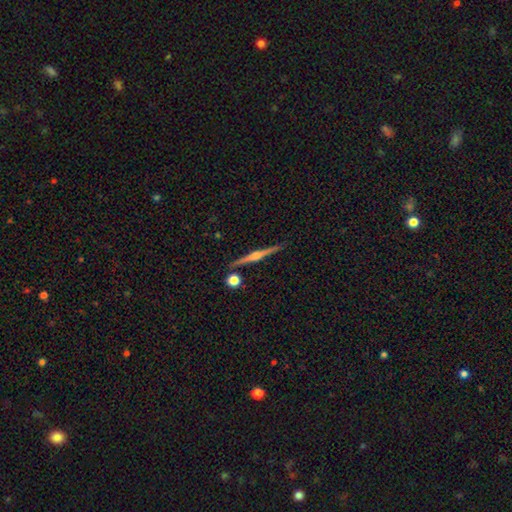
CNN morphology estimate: A featured or disk galaxy (84%) viewed edge-on (98%) with a rounded central bulge (93%). Merging: none (89%).